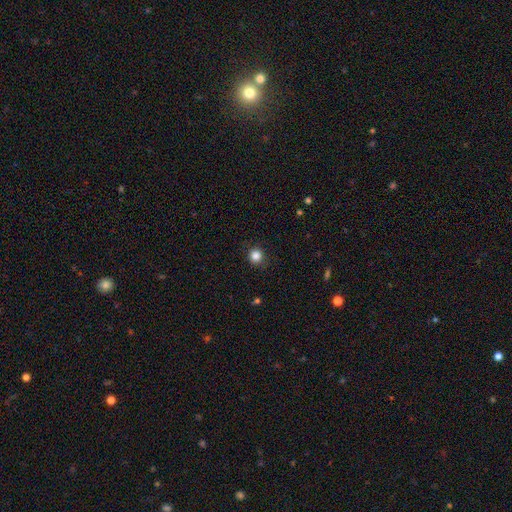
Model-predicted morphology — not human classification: This is clearly a smooth galaxy (85%). How rounded: clearly round (91%). Merging: clearly none (87%).